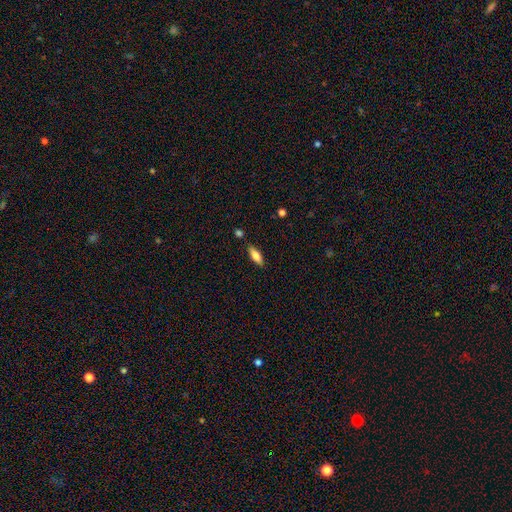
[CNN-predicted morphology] Smooth or featured? smooth (73%)
How rounded? in between (62%)
Merging? none (83%)